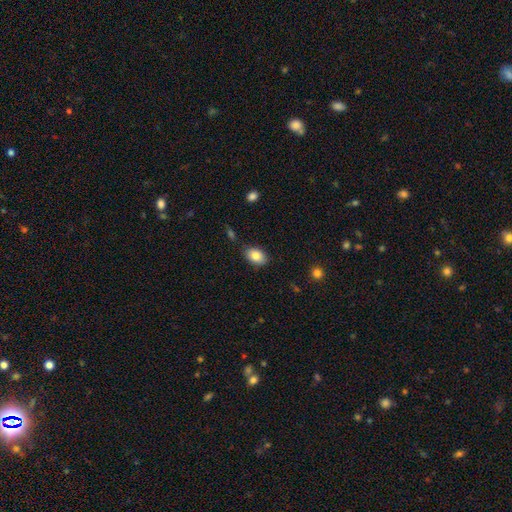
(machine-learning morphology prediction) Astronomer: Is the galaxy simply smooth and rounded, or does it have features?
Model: smooth — 83%.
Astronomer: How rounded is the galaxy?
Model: in between — 86%.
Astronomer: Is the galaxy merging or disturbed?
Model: none — 82%.